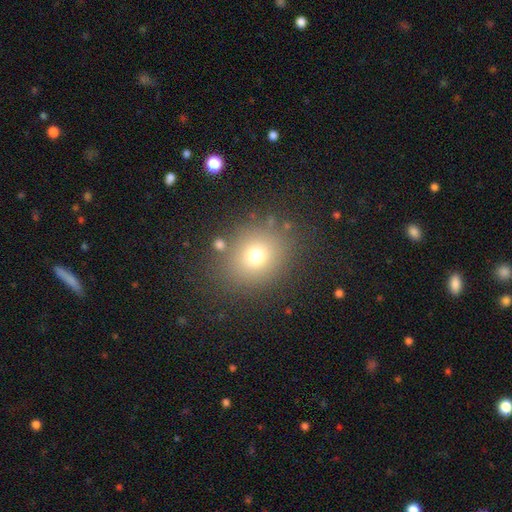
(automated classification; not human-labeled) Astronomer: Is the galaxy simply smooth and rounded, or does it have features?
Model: smooth — 70%.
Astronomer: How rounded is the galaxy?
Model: round — 71%.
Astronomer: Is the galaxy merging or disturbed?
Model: none — 81%.